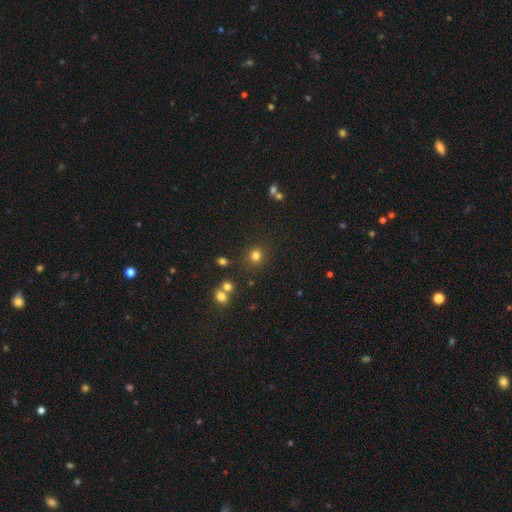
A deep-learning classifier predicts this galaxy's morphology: This appears to be a smooth galaxy with no disk features (78%) that is round (88%). Merging: none (85%).